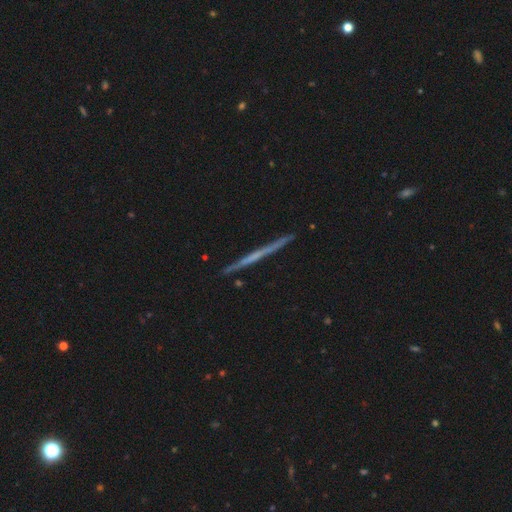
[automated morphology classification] featured or disk 68%, smooth 26%, star or artifact 6%. Down the decision tree: edge-on disk — yes (98%); edge-on bulge — none (81%); merging — none (91%).